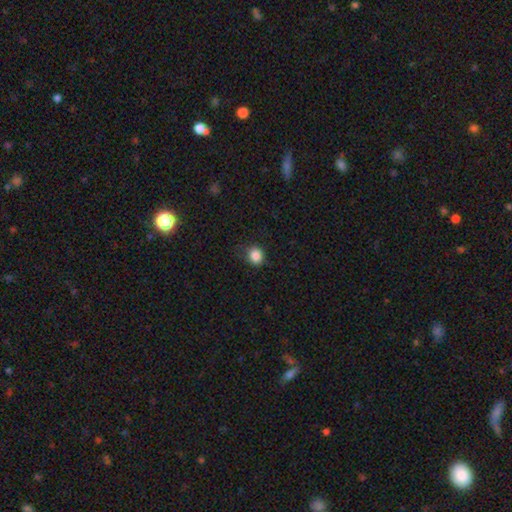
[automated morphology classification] This appears to be a smooth galaxy with no disk features (85%) that is round (75%). Merging: none (75%).